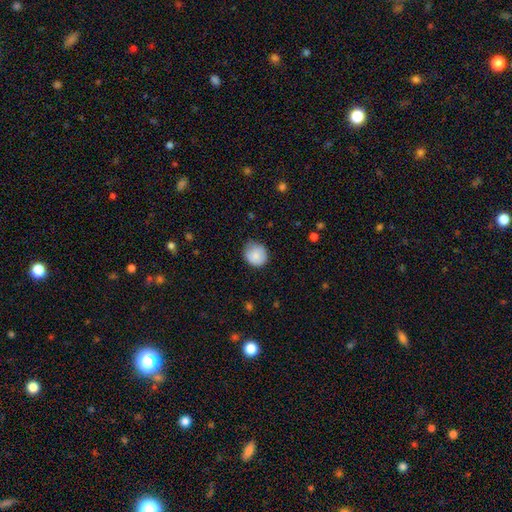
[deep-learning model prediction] A smooth galaxy with no disk features (81%) that is round (80%).

Vote fractions:
- Smooth or featured? smooth: 81% / featured or disk: 11% / star or artifact: 8%
- How rounded? round: 80% / in between: 20% / cigar-shaped: 1%
- Merging? none: 66% / minor disturbance: 28% / major disturbance: 5% / merger: 1%